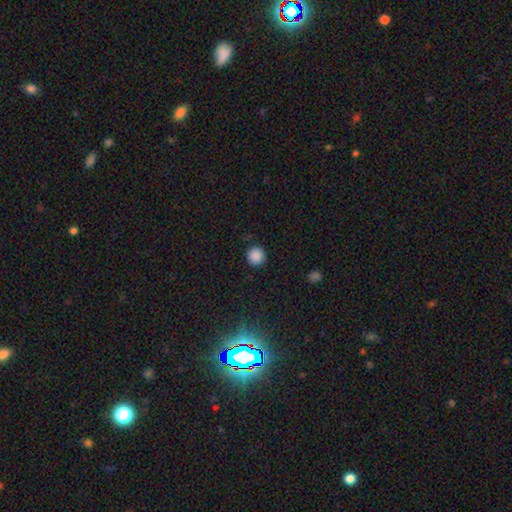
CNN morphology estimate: This is clearly a smooth galaxy (87%). How rounded: clearly round (95%). Merging: clearly none (90%).